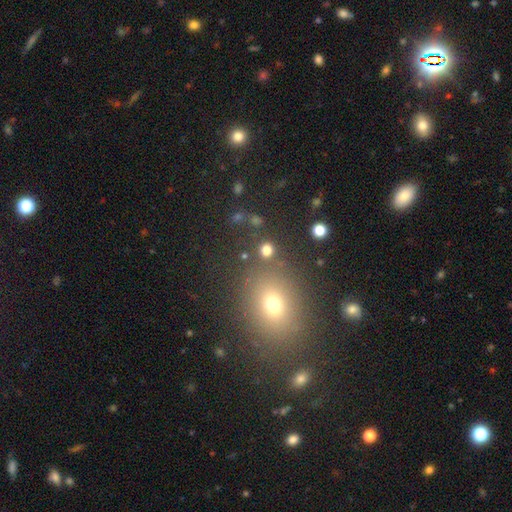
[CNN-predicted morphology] Smooth or featured: smooth — 62% (star or artifact — 26%)
How rounded: in between — 58% (round — 40%)
Merging: none — 83% (minor disturbance — 9%)